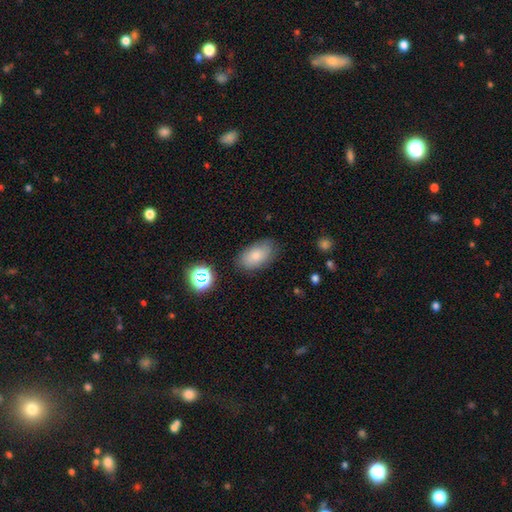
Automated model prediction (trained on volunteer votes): Smooth or featured? smooth (77%)
How rounded? in between (92%)
Merging? none (79%)